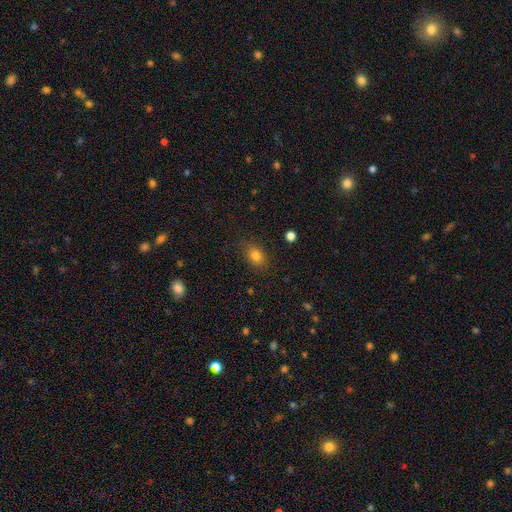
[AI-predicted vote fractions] Smooth or featured?
  - smooth: 82% *
  - star or artifact: 11%
  - featured or disk: 7%
How rounded?
  - in between: 71% *
  - round: 27%
  - cigar-shaped: 2%
Merging?
  - none: 84% *
  - minor disturbance: 11%
  - major disturbance: 3%
  - merger: 1%